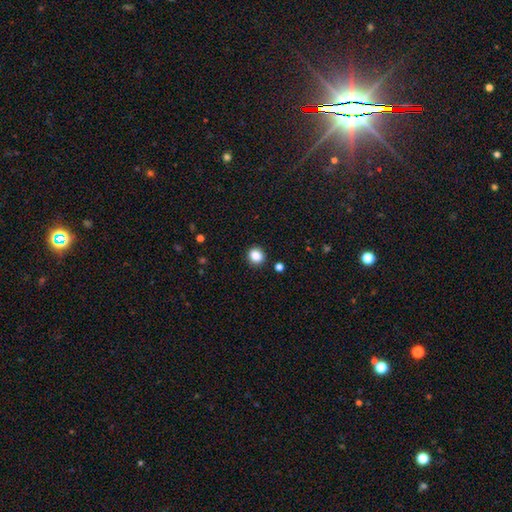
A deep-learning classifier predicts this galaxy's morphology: smooth_or_featured: smooth (p=0.86) [alt: star or artifact p=0.11]
how_rounded: round (p=0.84) [alt: in between p=0.15]
merging: none (p=0.90) [alt: minor disturbance p=0.06]